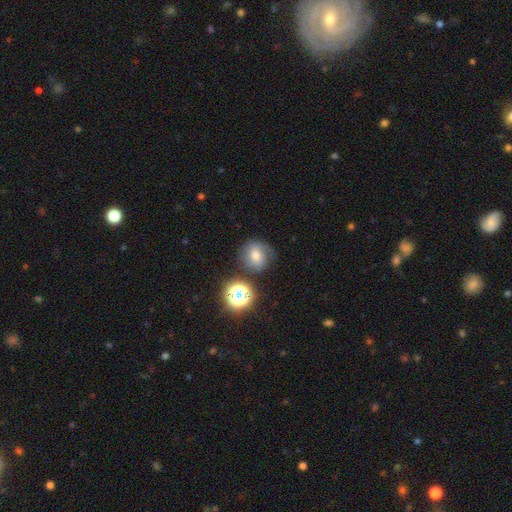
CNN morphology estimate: Smooth or featured?
  - smooth: 49% *
  - featured or disk: 32%
  - star or artifact: 19%
Merging?
  - none: 69% *
  - minor disturbance: 18%
  - major disturbance: 8%
  - merger: 5%